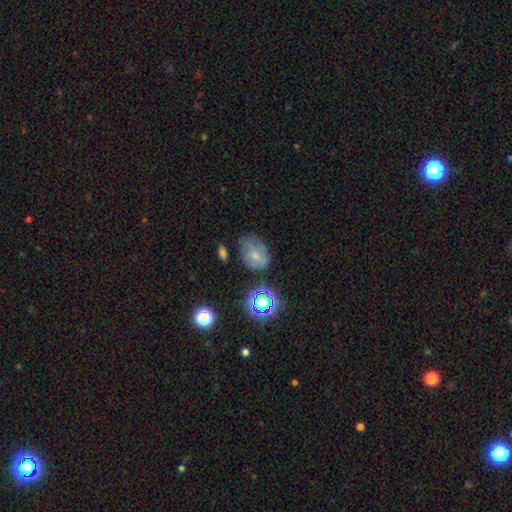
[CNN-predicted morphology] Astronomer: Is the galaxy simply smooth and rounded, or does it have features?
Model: smooth — 63%.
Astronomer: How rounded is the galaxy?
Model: in between — 62% (runner-up: round, 37%).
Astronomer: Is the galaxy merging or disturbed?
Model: none — 46% (runner-up: minor disturbance, 34%).